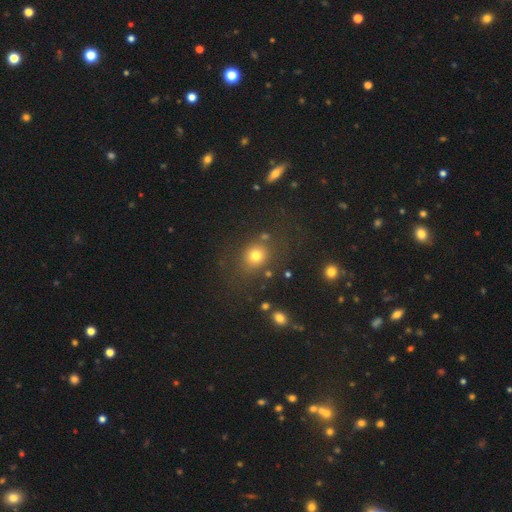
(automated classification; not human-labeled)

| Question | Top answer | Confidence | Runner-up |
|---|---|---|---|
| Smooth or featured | smooth | 74% | star or artifact (16%) |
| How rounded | round | 72% | in between (27%) |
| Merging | none | 75% | minor disturbance (12%) |